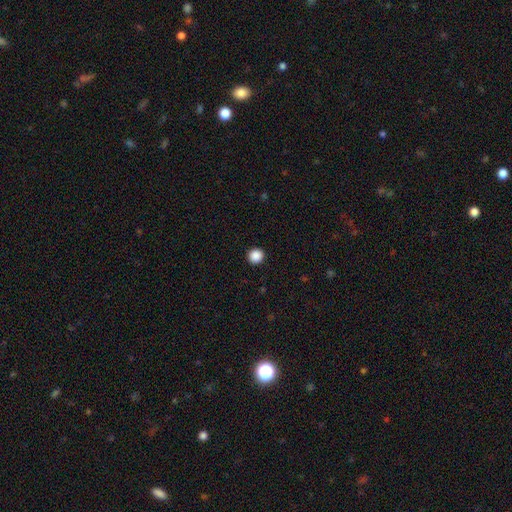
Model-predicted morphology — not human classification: smooth_or_featured: smooth (p=0.88) [alt: star or artifact p=0.09]
how_rounded: round (p=0.94) [alt: in between p=0.06]
merging: none (p=0.93) [alt: minor disturbance p=0.04]